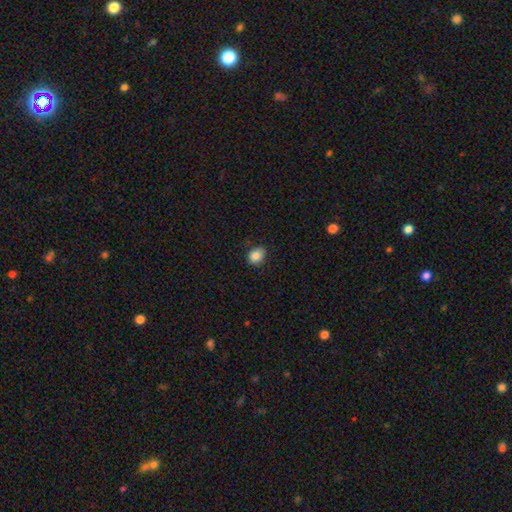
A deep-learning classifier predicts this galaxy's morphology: Smooth or featured? smooth (86%)
How rounded? in between (50%)
Merging? none (79%)